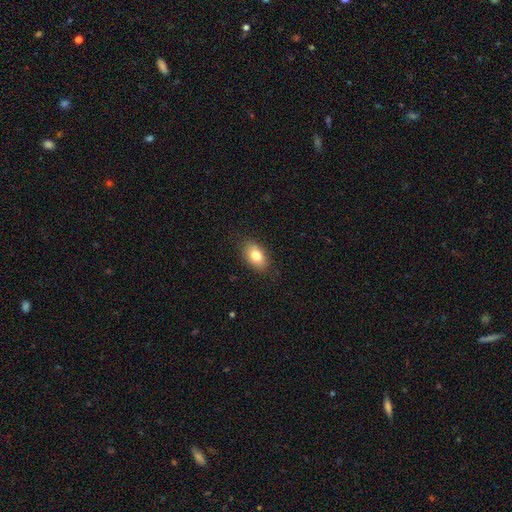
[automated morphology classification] A smooth galaxy with no disk features (79%) that is in between round and cigar-shaped (87%).

Vote fractions:
- Smooth or featured? smooth: 79% / featured or disk: 12% / star or artifact: 8%
- How rounded? in between: 87% / round: 11% / cigar-shaped: 2%
- Merging? none: 86% / minor disturbance: 11% / major disturbance: 2% / merger: 1%